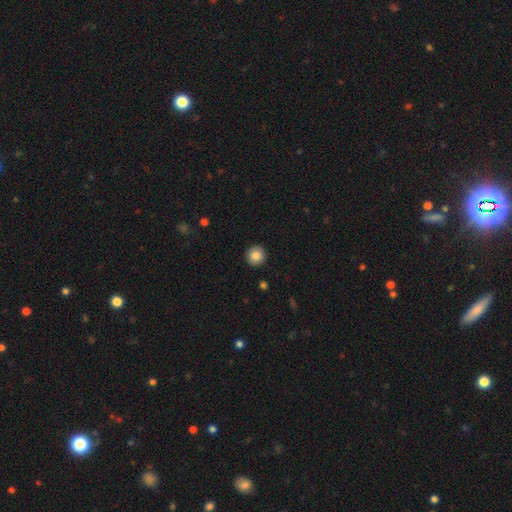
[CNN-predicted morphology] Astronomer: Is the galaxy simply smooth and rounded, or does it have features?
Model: smooth — 85%.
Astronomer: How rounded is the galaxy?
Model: round — 95%.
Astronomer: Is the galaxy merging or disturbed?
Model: none — 93%.